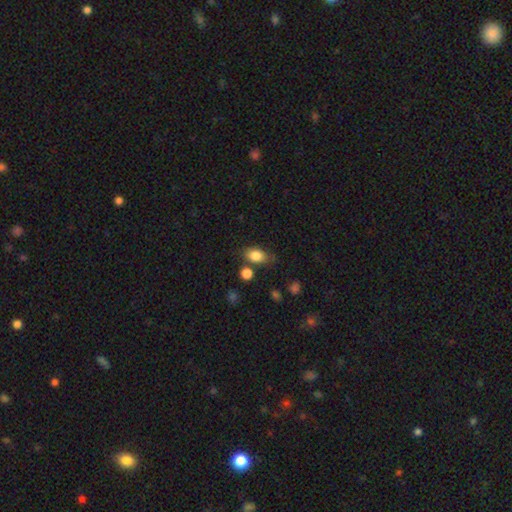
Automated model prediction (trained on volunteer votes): A smooth galaxy with no disk features (84%) that is in between round and cigar-shaped (82%).

Vote fractions:
- Smooth or featured? smooth: 84% / star or artifact: 9% / featured or disk: 7%
- How rounded? in between: 82% / round: 16% / cigar-shaped: 2%
- Merging? none: 71% / minor disturbance: 16% / merger: 8% / major disturbance: 4%